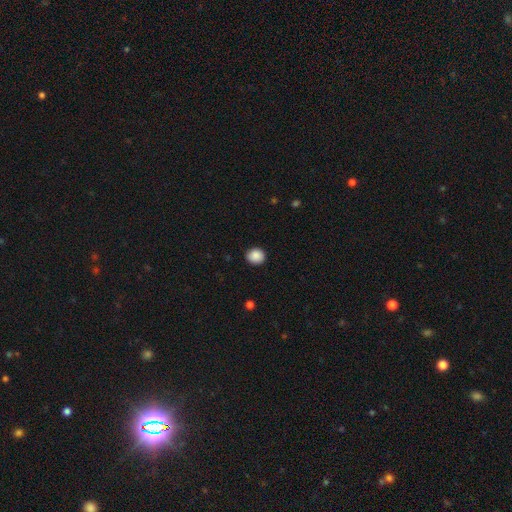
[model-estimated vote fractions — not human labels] A smooth galaxy with no disk features (89%) that is round (75%).

Vote fractions:
- Smooth or featured? smooth: 89% / star or artifact: 8% / featured or disk: 3%
- How rounded? round: 75% / in between: 24% / cigar-shaped: 1%
- Merging? none: 89% / minor disturbance: 8% / major disturbance: 2% / merger: 1%